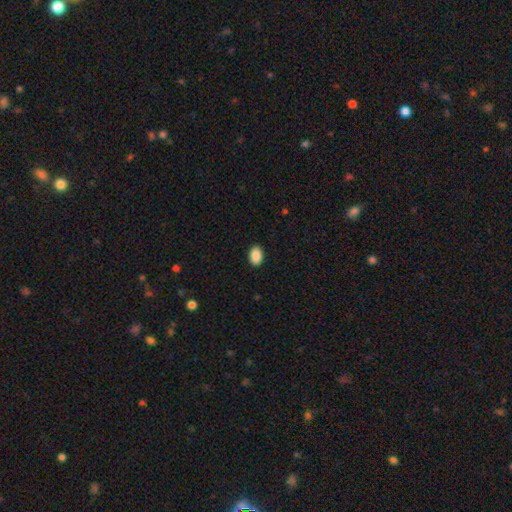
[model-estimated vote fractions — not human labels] Smooth or featured? smooth (90%)
How rounded? in between (87%)
Merging? none (91%)